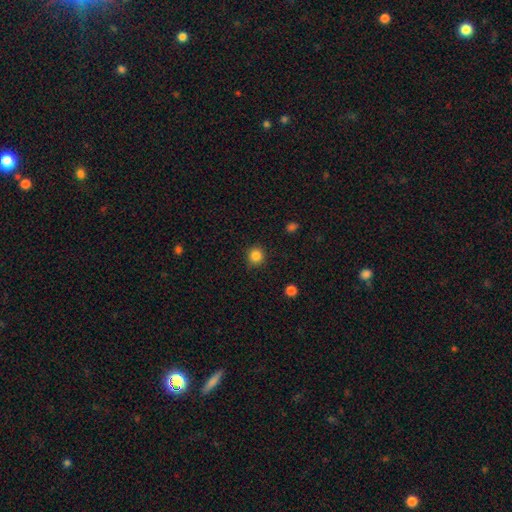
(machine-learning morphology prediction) smooth 85%, star or artifact 11%, featured or disk 4%. Down the decision tree: how rounded — round (92%); merging — none (87%).